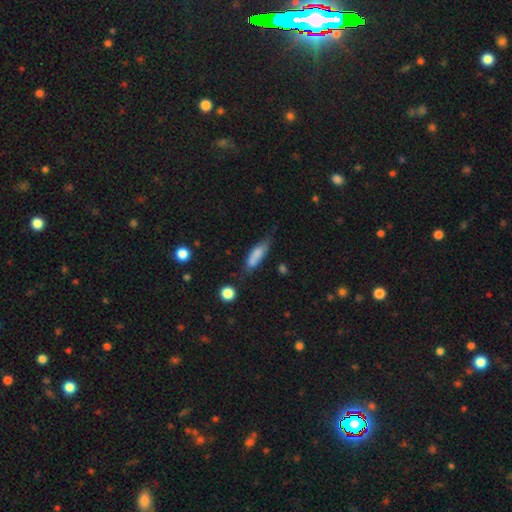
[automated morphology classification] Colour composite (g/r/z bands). It shows a smooth galaxy with no disk features (77%) that is in between round and cigar-shaped (50%). Merging: none (54%).